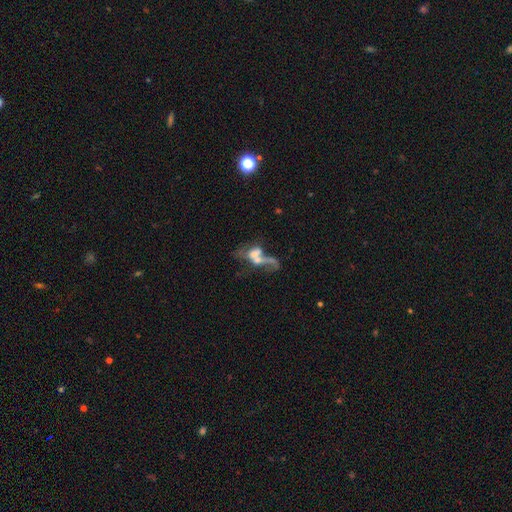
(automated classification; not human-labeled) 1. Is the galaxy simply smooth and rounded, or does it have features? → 51% featured or disk, 36% smooth, 14% star or artifact.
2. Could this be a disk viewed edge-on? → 90% no, 10% yes.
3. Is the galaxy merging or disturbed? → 61% merger, 21% major disturbance, 12% none, 6% minor disturbance.